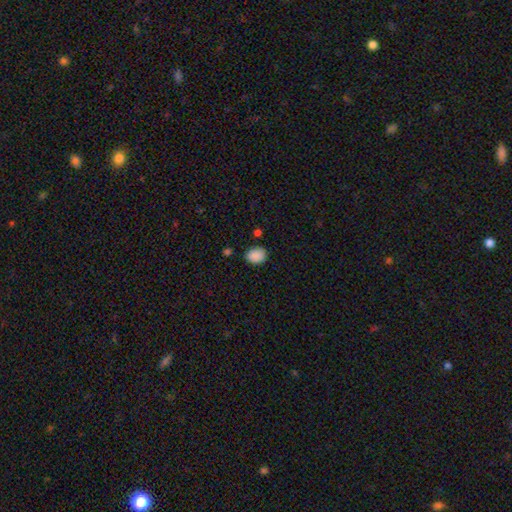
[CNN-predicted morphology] Smooth or featured? Predicted: smooth (p=0.88). How rounded? Predicted: in between (p=0.58). Merging? Predicted: none (p=0.80).